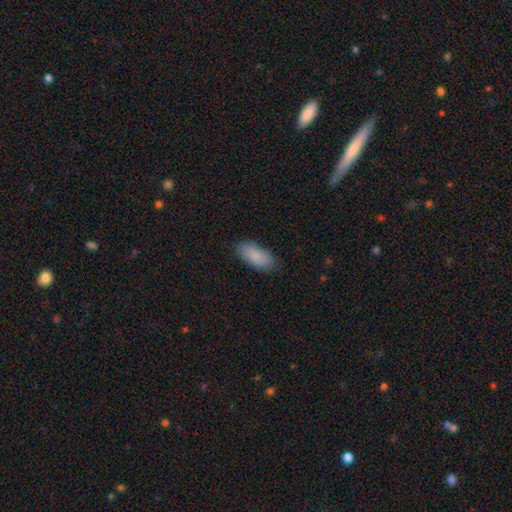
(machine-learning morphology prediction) The model was most divided on "merging": none: 84%, minor disturbance: 12%, major disturbance: 3%, merger: 1%. More confident: how rounded — in between (89%); smooth or featured — smooth (87%).